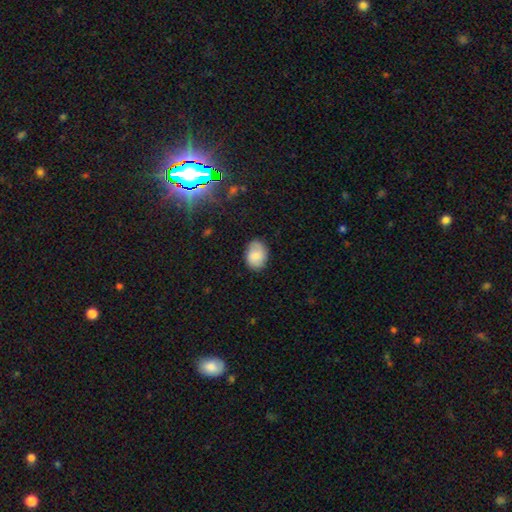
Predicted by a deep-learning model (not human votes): Smooth or featured? smooth (78%)
How rounded? in between (71%)
Merging? none (80%)